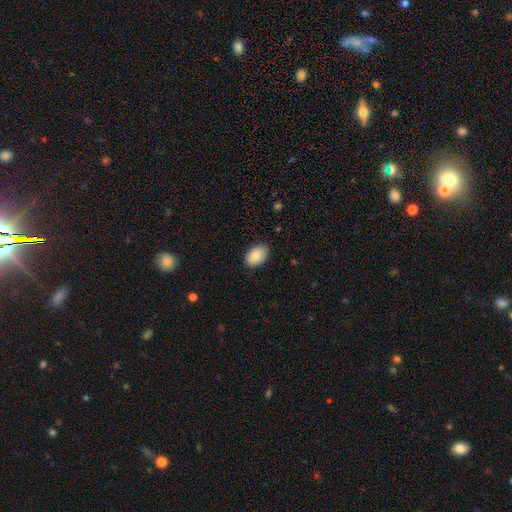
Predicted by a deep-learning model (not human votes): smooth_or_featured: smooth (p=0.87) [alt: star or artifact p=0.07]
how_rounded: in between (p=0.86) [alt: round p=0.12]
merging: none (p=0.84) [alt: minor disturbance p=0.13]